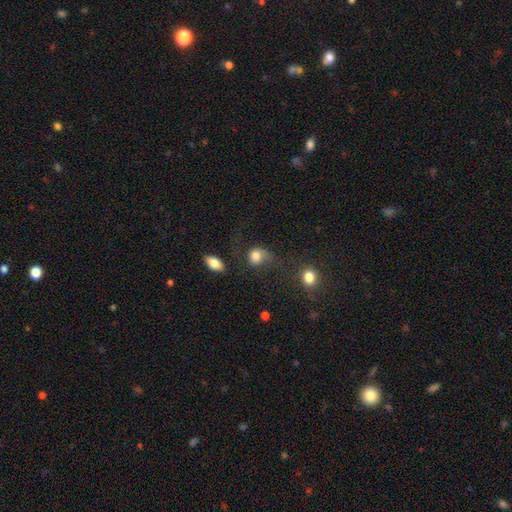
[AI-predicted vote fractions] Morphology: type=smooth (71%); roundness=round (63%); merging=none (39%).